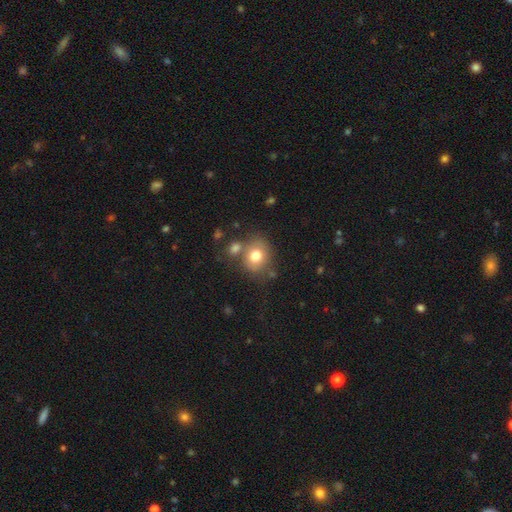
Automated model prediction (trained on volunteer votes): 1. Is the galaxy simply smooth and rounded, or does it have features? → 76% smooth, 14% featured or disk, 10% star or artifact.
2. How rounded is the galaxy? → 68% round, 31% in between, 1% cigar-shaped.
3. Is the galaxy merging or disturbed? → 63% none, 17% merger, 14% minor disturbance, 5% major disturbance.